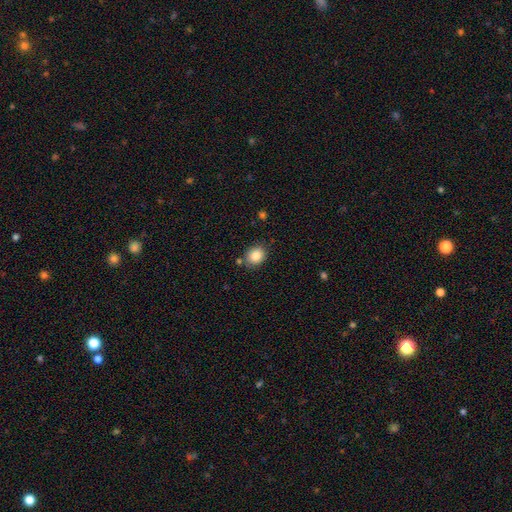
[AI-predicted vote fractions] smooth-or-featured: smooth: 85% | star or artifact: 9% | featured or disk: 6%
  how-rounded: round: 60% | in between: 39% | cigar-shaped: 1%
  merging: none: 79% | minor disturbance: 13% | merger: 5% | major disturbance: 3%